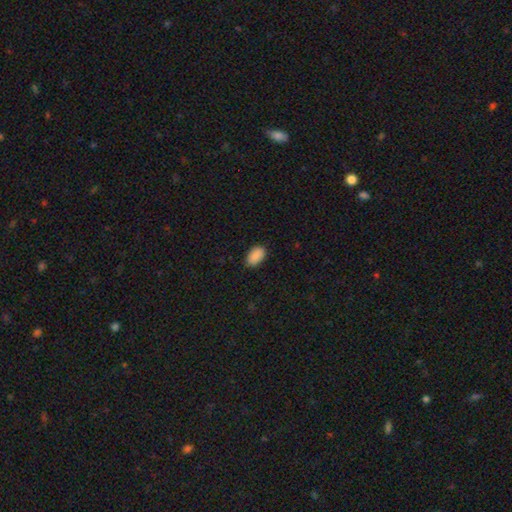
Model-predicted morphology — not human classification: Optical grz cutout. It shows a smooth galaxy with no disk features (90%) that is in between round and cigar-shaped (92%). Merging: none (83%).